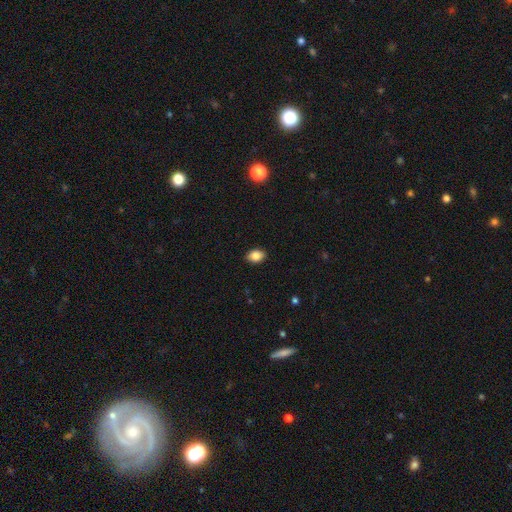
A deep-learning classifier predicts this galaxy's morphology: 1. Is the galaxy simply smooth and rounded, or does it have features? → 86% smooth, 9% star or artifact, 5% featured or disk.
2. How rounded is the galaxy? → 80% in between, 19% round, 1% cigar-shaped.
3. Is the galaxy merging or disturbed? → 88% none, 9% minor disturbance, 2% major disturbance, 1% merger.